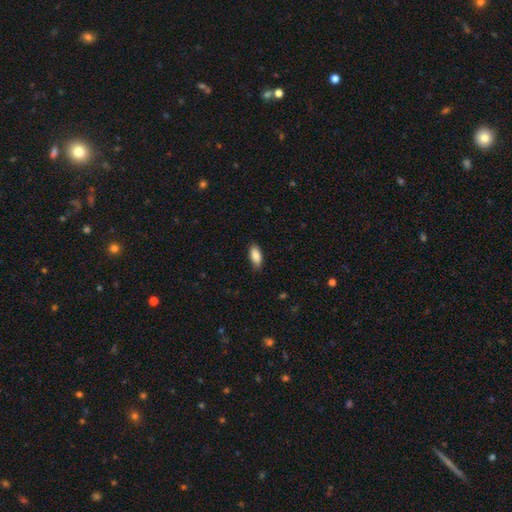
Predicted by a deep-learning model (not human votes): Overall: smooth (87%). How rounded: in between (86%). Merging: none (82%).